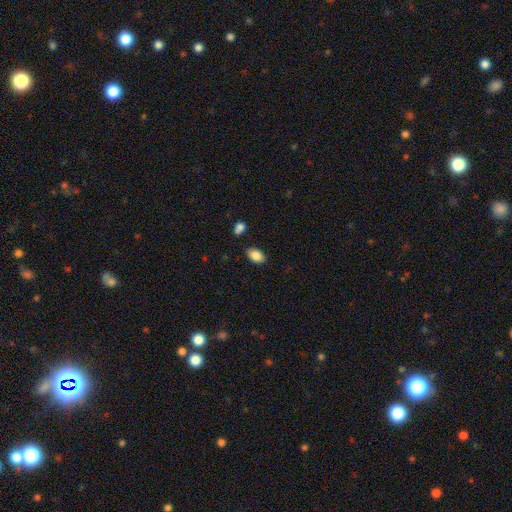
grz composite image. It shows a smooth galaxy with no disk features (90%) that is in between round and cigar-shaped (94%). Merging: none (95%).